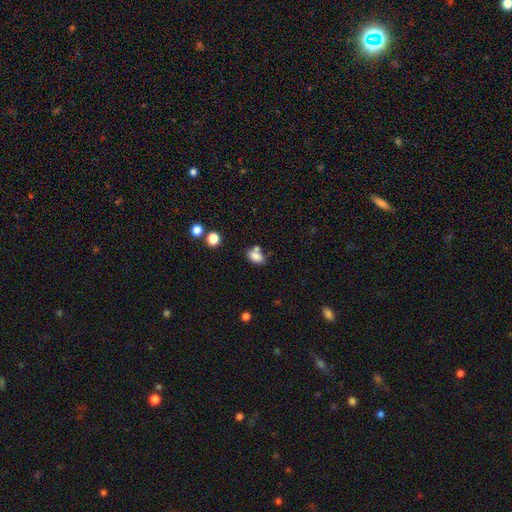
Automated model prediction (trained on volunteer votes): smooth 81%, star or artifact 10%, featured or disk 9%. Down the decision tree: how rounded — in between (83%); merging — none (51%).